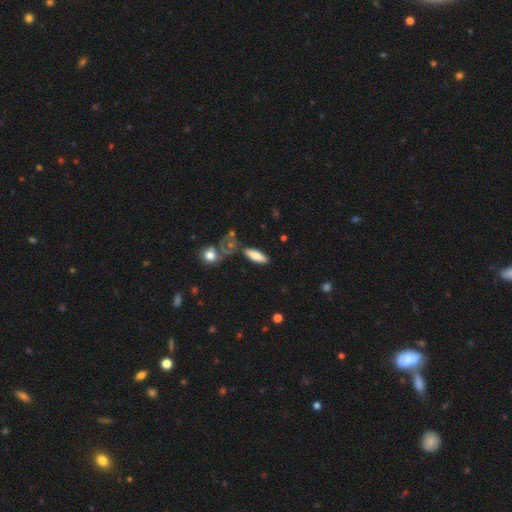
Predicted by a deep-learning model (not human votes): smooth_or_featured: smooth (p=0.78) [alt: featured or disk p=0.15]
how_rounded: in between (p=0.63) [alt: cigar-shaped p=0.34]
merging: none (p=0.68) [alt: minor disturbance p=0.15]